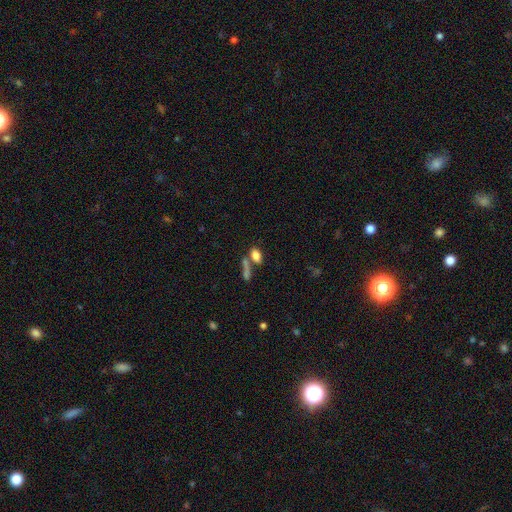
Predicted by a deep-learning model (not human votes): A smooth galaxy with no disk features (79%) that is in between round and cigar-shaped (81%). Merging: none (50%).